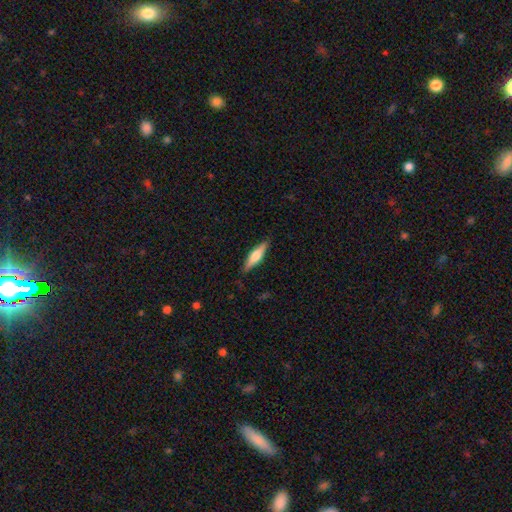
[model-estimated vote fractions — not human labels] smooth 48%, featured or disk 46%, star or artifact 6%. Down the decision tree: merging — none (86%).